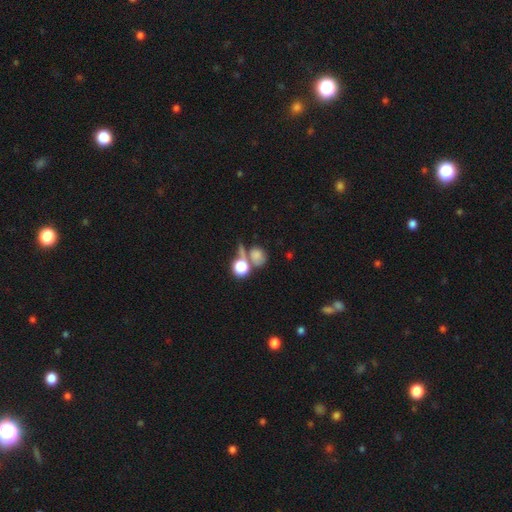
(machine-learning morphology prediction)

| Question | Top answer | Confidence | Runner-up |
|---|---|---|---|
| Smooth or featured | smooth | 72% | star or artifact (16%) |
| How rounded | round | 70% | in between (28%) |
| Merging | none | 44% | merger (33%) |